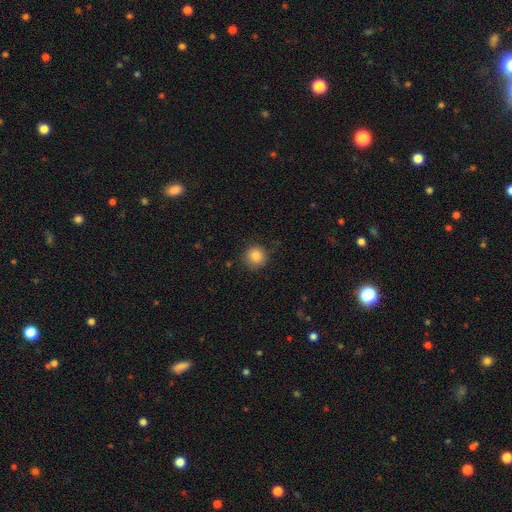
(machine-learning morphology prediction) Overall: smooth (85%). How rounded: round (92%). Merging: none (84%).